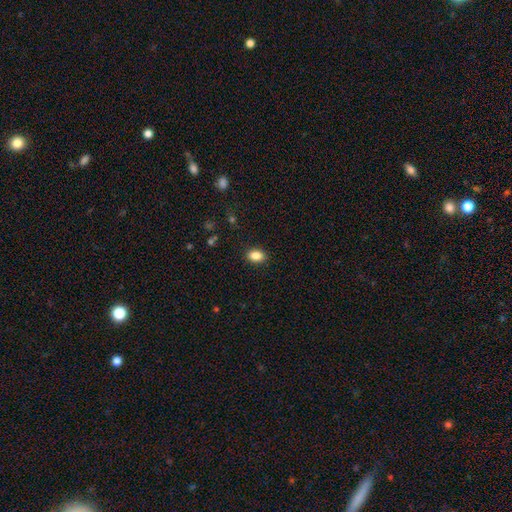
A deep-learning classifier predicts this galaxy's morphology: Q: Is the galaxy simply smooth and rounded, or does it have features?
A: smooth — 86%.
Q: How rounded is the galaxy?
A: in between — 78%.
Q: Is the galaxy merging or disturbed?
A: none — 89%.